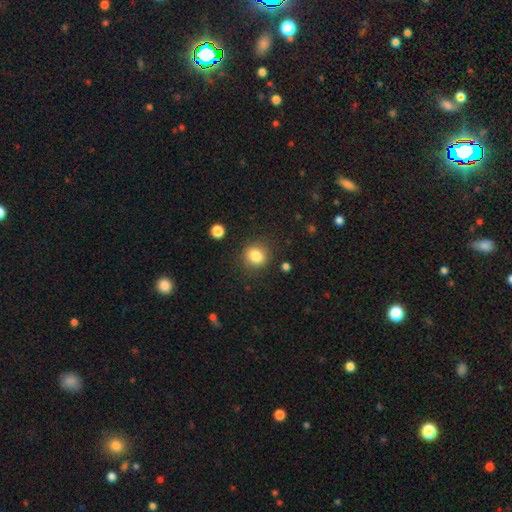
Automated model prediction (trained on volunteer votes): This is clearly a smooth galaxy (84%). How rounded: clearly round (80%). Merging: clearly none (86%).